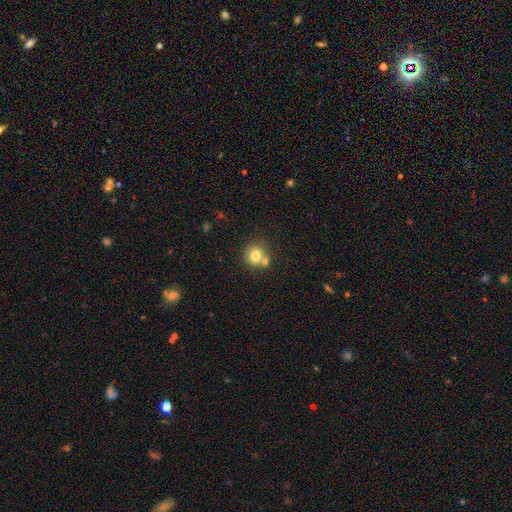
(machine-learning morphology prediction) Smooth or featured: smooth — 77% (featured or disk — 12%)
How rounded: round — 84% (in between — 15%)
Merging: none — 59% (merger — 29%)